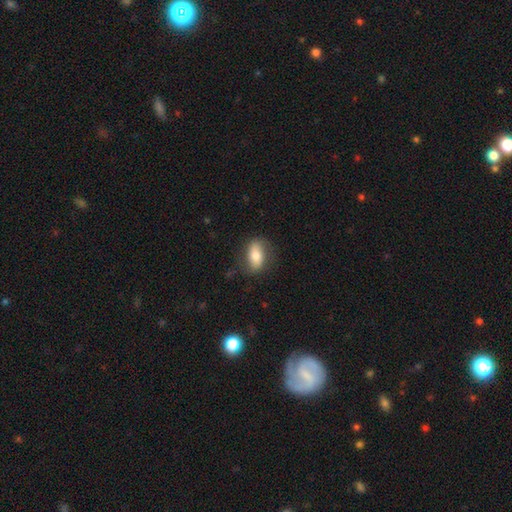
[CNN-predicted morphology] type=smooth (66%); roundness=in between (84%); merging=none (75%).